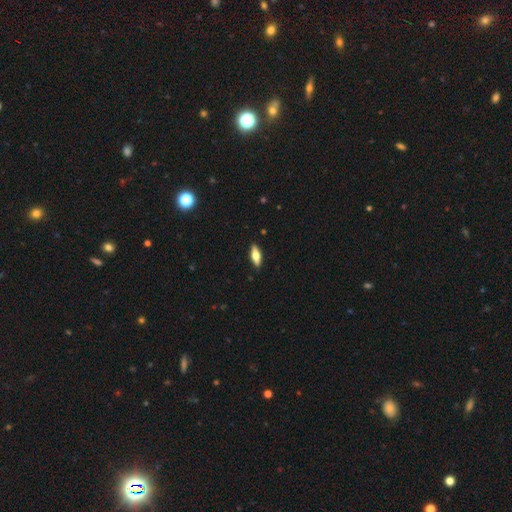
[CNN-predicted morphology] This appears to be a smooth galaxy with no disk features (55%) that is in between round and cigar-shaped (62%). Merging: none (89%).